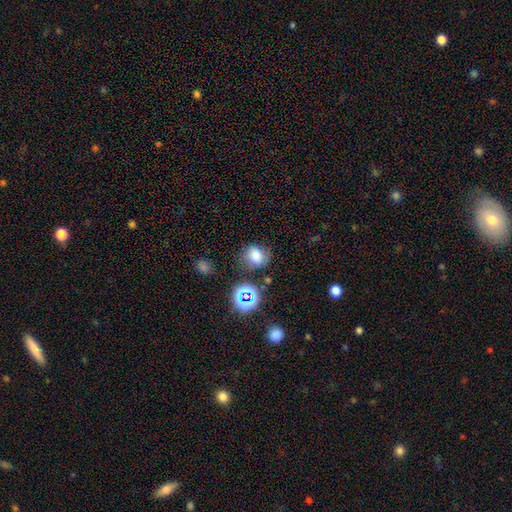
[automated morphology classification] smooth-or-featured: smooth: 73% | star or artifact: 18% | featured or disk: 9%
  how-rounded: round: 69% | in between: 30% | cigar-shaped: 1%
  merging: none: 68% | minor disturbance: 20% | major disturbance: 7% | merger: 5%